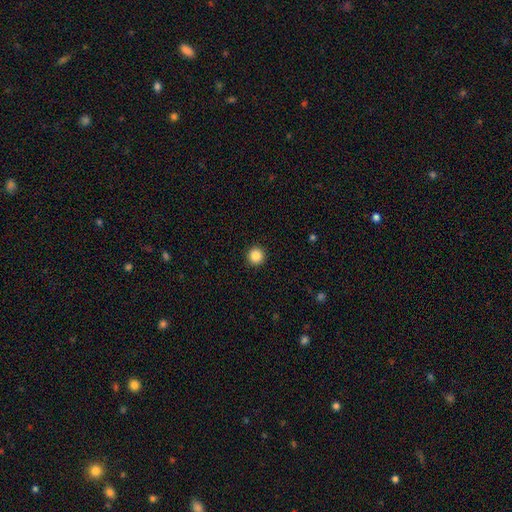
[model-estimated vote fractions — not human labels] This appears to be a smooth galaxy with no disk features (87%) that is round (96%). Merging: none (93%).